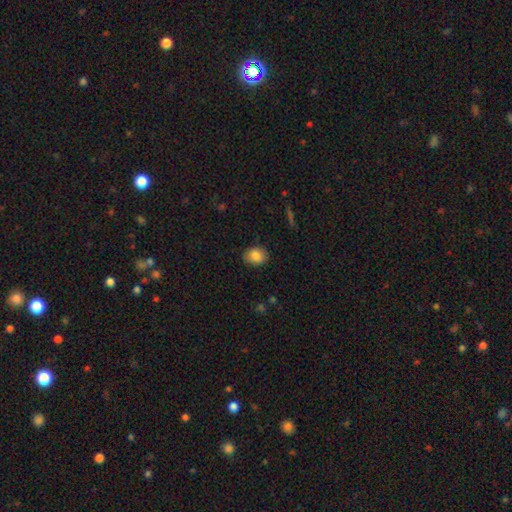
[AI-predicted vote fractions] Smooth or featured? Predicted: smooth (p=0.85). How rounded? Predicted: in between (p=0.53). Merging? Predicted: none (p=0.86).